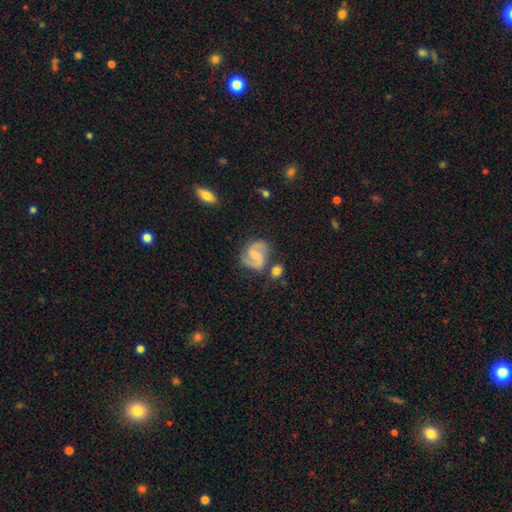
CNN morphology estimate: Smooth or featured? Predicted: featured or disk (p=0.83). Edge-on disk? Predicted: no (p=0.98). Bar? Predicted: weak (p=0.51). Spiral arms? Predicted: yes (p=0.97). Spiral winding? Predicted: medium (p=0.57). Spiral arm count? Predicted: 2 (p=0.92). Bulge size? Predicted: small (p=0.48). Merging? Predicted: none (p=0.70).